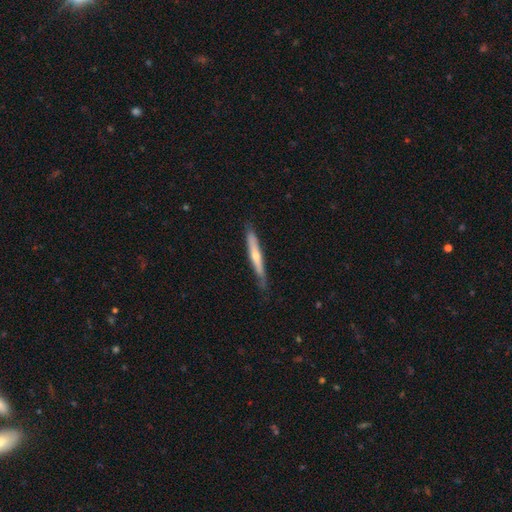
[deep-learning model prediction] featured or disk 51%, smooth 44%, star or artifact 5%. Down the decision tree: edge-on disk — yes (92%); merging — none (78%).